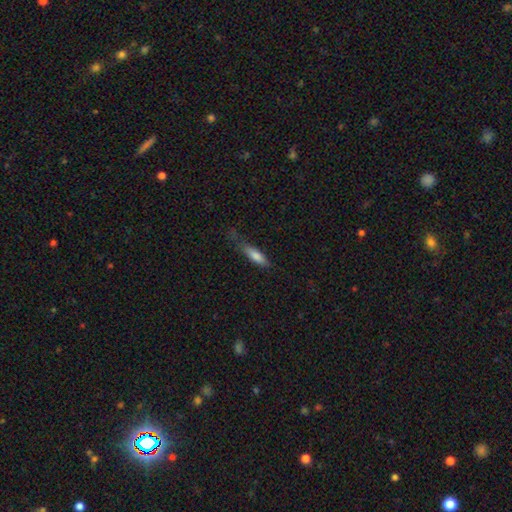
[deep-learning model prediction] smooth-or-featured: smooth: 77% | featured or disk: 15% | star or artifact: 7%
  how-rounded: cigar-shaped: 56% | in between: 42% | round: 2%
  merging: none: 51% | minor disturbance: 32% | major disturbance: 14% | merger: 3%